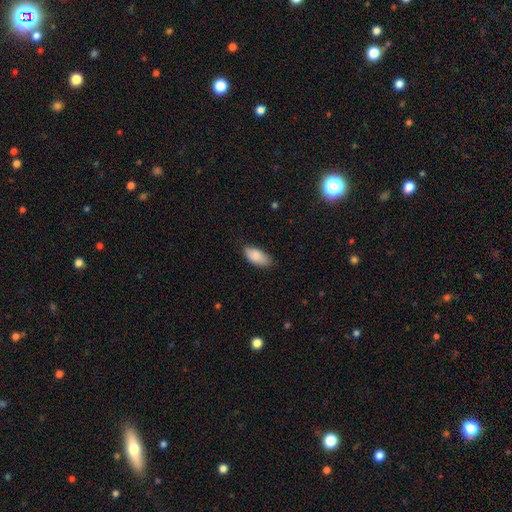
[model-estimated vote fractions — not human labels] Smooth or featured? Predicted: smooth (p=0.87). How rounded? Predicted: in between (p=0.92). Merging? Predicted: none (p=0.74).